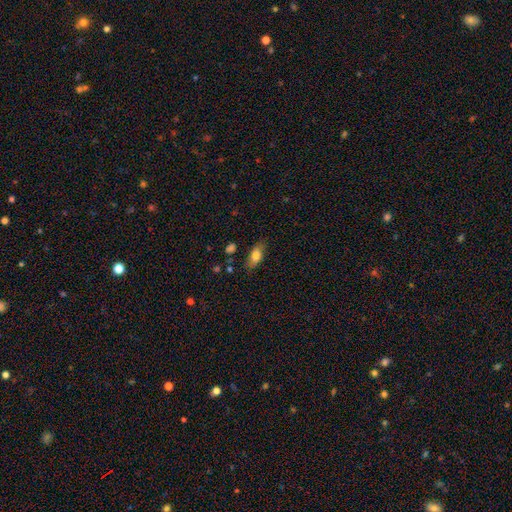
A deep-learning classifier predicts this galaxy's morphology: The model was most divided on "smooth or featured": smooth: 75%, featured or disk: 18%, star or artifact: 8%. More confident: how rounded — in between (84%); merging — none (78%).